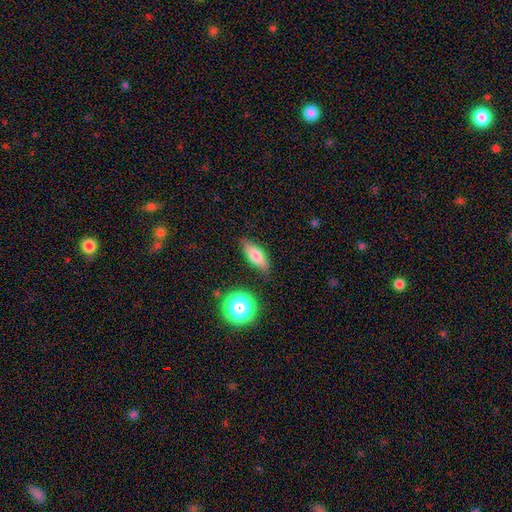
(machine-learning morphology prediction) This appears to be a smooth galaxy with no disk features (70%) that is in between round and cigar-shaped (63%). Merging: none (80%).